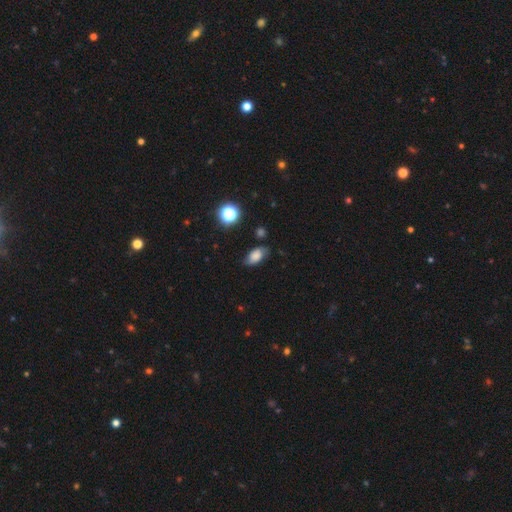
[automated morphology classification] Q: Smooth or featured?
A: smooth (68%); runner-up: featured or disk (20%)
Q: How rounded?
A: in between (87%); runner-up: round (10%)
Q: Merging?
A: none (69%); runner-up: minor disturbance (23%)